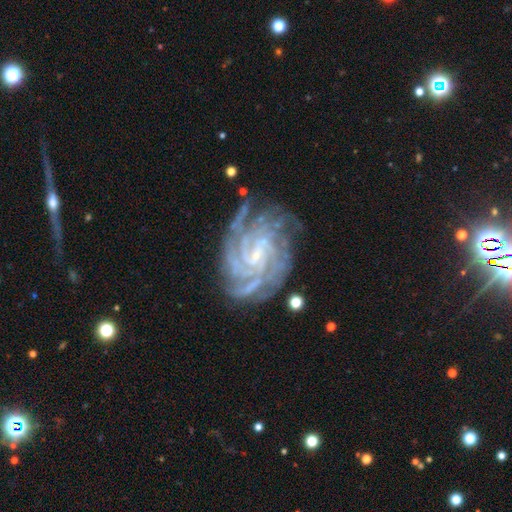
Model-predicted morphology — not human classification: This appears to be a featured or disk galaxy (92%) with a weak bar (46%), 4 (33%) tight (76%) spiral arms (98%) and a small central bulge (77%). Merging: none (72%).